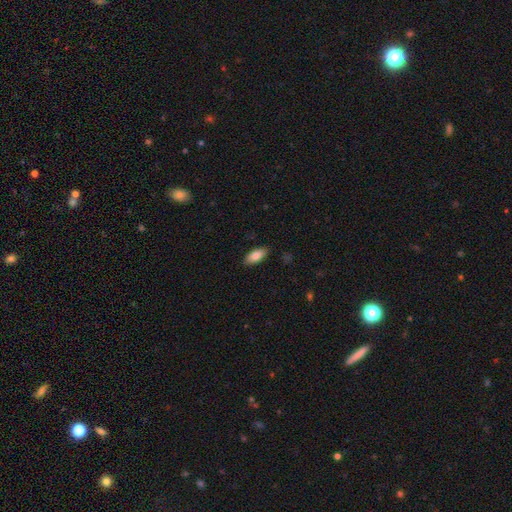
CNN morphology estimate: Smooth or featured?
  - smooth: 82% *
  - featured or disk: 11%
  - star or artifact: 6%
How rounded?
  - in between: 88% *
  - cigar-shaped: 10%
  - round: 2%
Merging?
  - none: 88% *
  - minor disturbance: 9%
  - major disturbance: 2%
  - merger: 1%